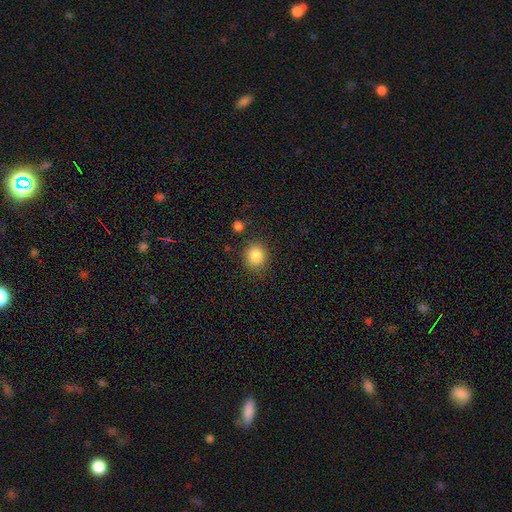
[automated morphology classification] The model was most divided on "how rounded": round: 78%, in between: 21%, cigar-shaped: 1%. More confident: smooth or featured — smooth (86%); merging — none (84%).